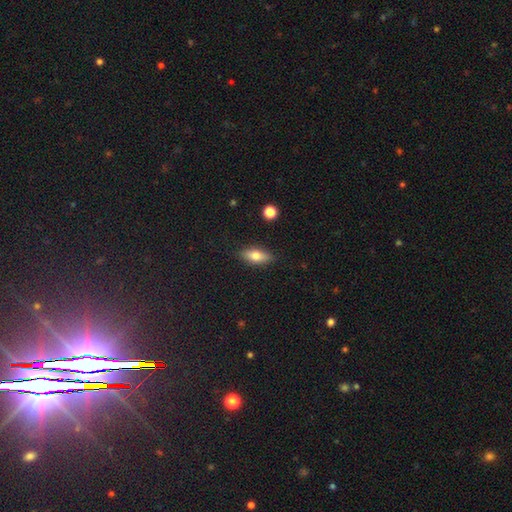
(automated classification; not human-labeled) A smooth galaxy with no disk features (69%) that is in between round and cigar-shaped (74%). Merging: none (86%).